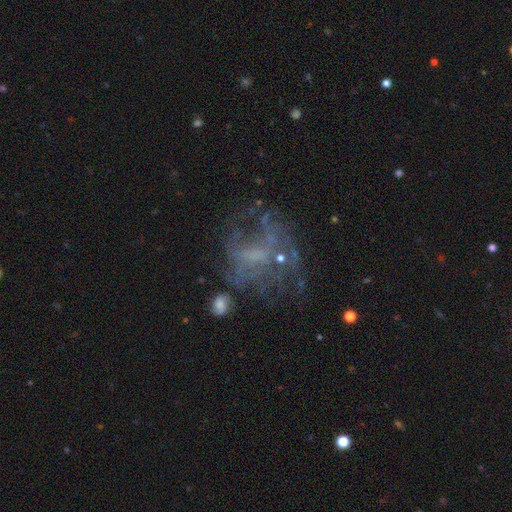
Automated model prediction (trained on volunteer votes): Smooth or featured? featured or disk (61%)
Edge-on disk? no (97%)
Bar? no (66%)
Spiral arms? no (64%)
Bulge size? none (54%)
Merging? none (43%)